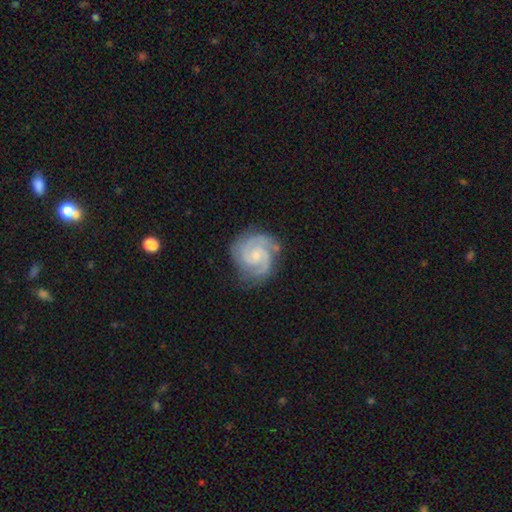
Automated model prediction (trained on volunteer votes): smooth-or-featured: featured or disk: 90% | smooth: 5% | star or artifact: 4%
  disk-edge-on: no: 98% | yes: 2%
    bar: no: 57% | weak: 37% | strong: 6%
    has-spiral-arms: yes: 98% | no: 2%
      spiral-winding: tight: 60% | medium: 36% | loose: 4%
      spiral-arm-count: 2: 72% | 3: 17% | can't tell: 4% | 4: 2% | 1: 2% | more than 4: 2%
    bulge-size: small: 58% | moderate: 24% | none: 15% | large: 2% | dominant: 1%
  merging: none: 77% | minor disturbance: 17% | major disturbance: 5% | merger: 1%